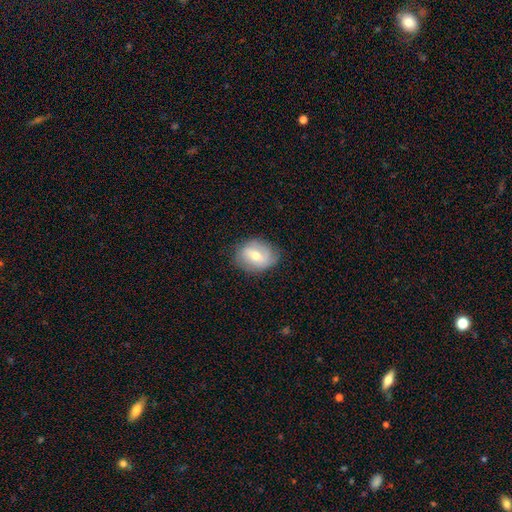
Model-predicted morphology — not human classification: A smooth galaxy with no disk features (48%). Merging: none (76%).